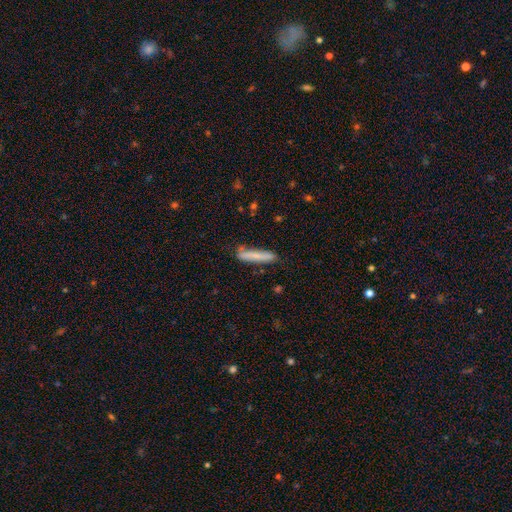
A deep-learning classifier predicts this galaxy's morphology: Smooth or featured?
  - smooth: 71% *
  - featured or disk: 22%
  - star or artifact: 6%
How rounded?
  - cigar-shaped: 91% *
  - in between: 8%
  - round: 1%
Merging?
  - none: 77% *
  - minor disturbance: 17%
  - major disturbance: 3%
  - merger: 3%